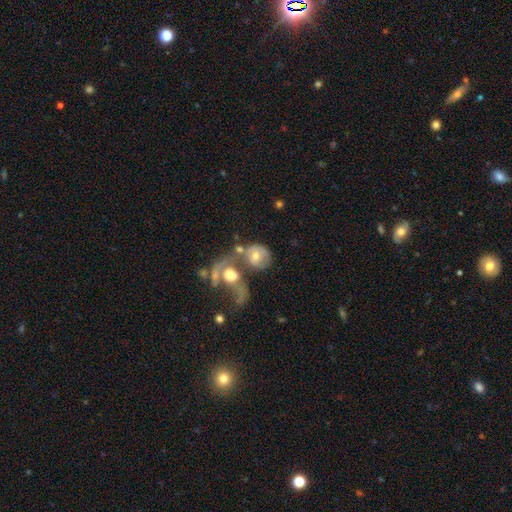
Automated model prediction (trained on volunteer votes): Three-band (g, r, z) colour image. It shows a smooth galaxy with no disk features (46%). Merging: merger (52%).